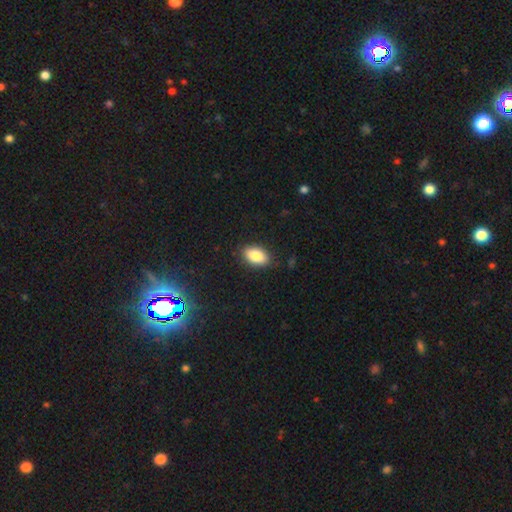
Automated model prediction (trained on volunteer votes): Smooth or featured: smooth — 85% (star or artifact — 8%)
How rounded: in between — 92% (round — 6%)
Merging: none — 87% (minor disturbance — 10%)